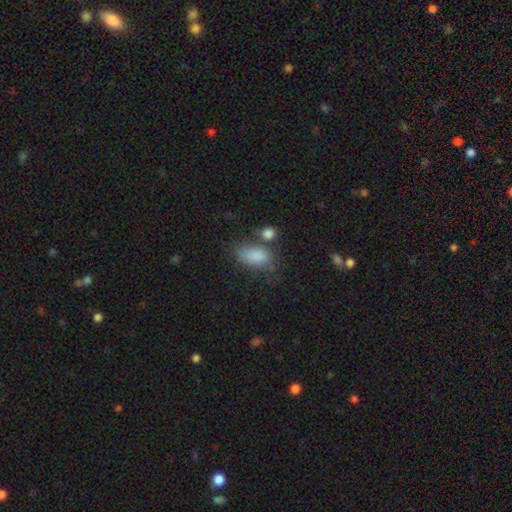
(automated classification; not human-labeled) Smooth or featured?
  - smooth: 84% *
  - star or artifact: 8%
  - featured or disk: 8%
How rounded?
  - in between: 89% *
  - round: 7%
  - cigar-shaped: 4%
Merging?
  - none: 49% *
  - minor disturbance: 23%
  - merger: 17%
  - major disturbance: 11%